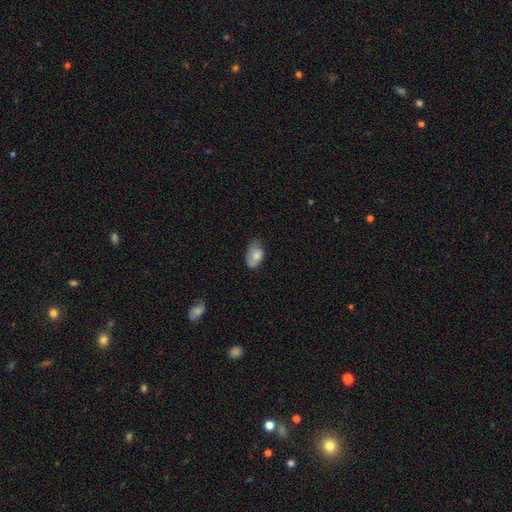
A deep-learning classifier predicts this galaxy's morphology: A smooth galaxy with no disk features (63%) that is in between round and cigar-shaped (90%). Merging: none (44%).